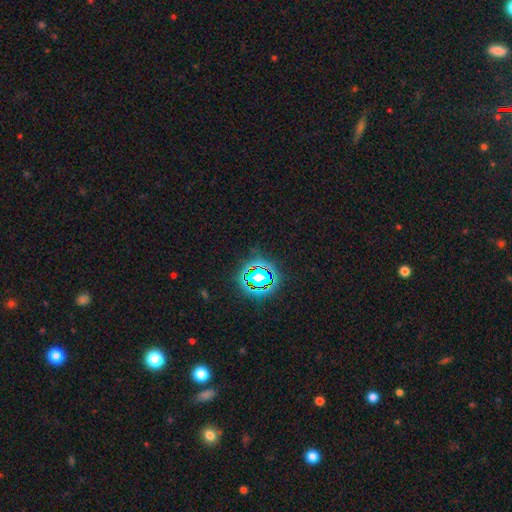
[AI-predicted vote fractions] Smooth or featured: star or artifact — 78% (smooth — 14%)